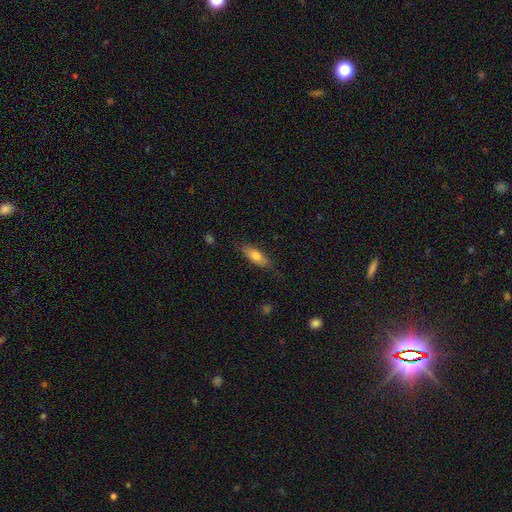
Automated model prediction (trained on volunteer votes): Morphology: type=smooth (72%); roundness=in between (67%); merging=none (79%).